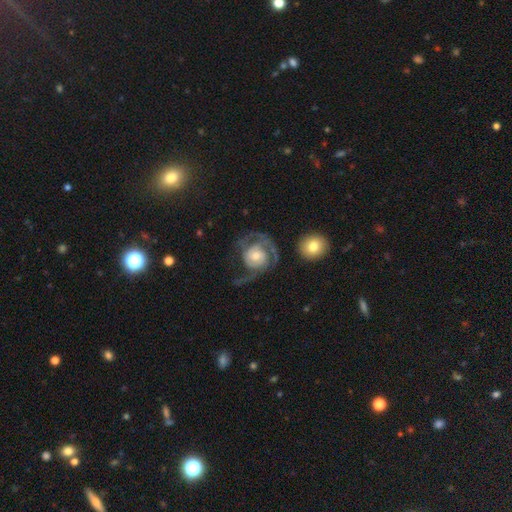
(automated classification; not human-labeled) Morphology: type=featured or disk (83%); edge-on=no (98%); bar=no (73%); spiral arms=yes (93%); winding=medium (40%); arm count=2 (58%); bulge=moderate (50%); merging=none (45%).